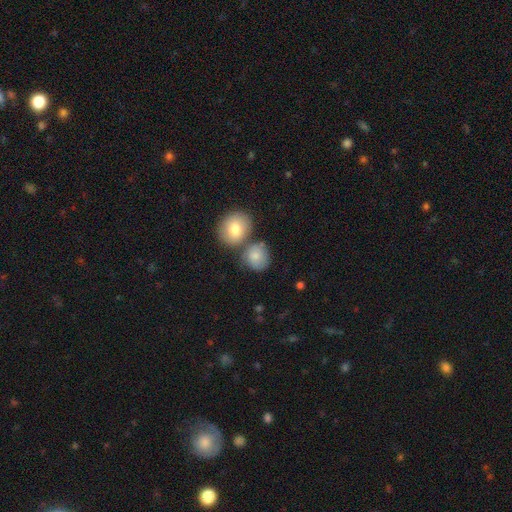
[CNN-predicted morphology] This appears to be a smooth galaxy with no disk features (81%) that is round (79%). Merging: none (53%).